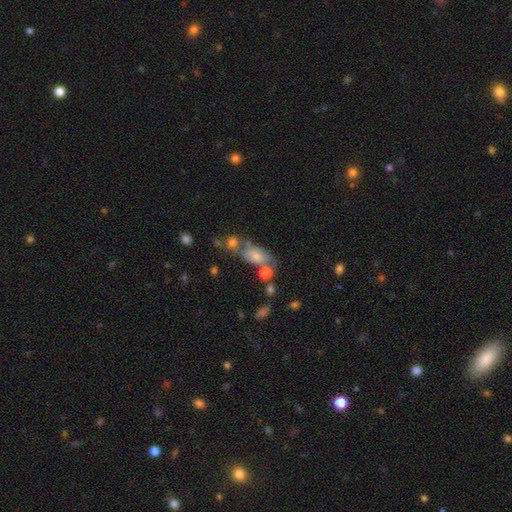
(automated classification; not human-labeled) Q: Smooth or featured?
A: smooth (53%); runner-up: featured or disk (32%)
Q: How rounded?
A: in between (80%); runner-up: round (14%)
Q: Merging?
A: none (43%); runner-up: merger (27%)